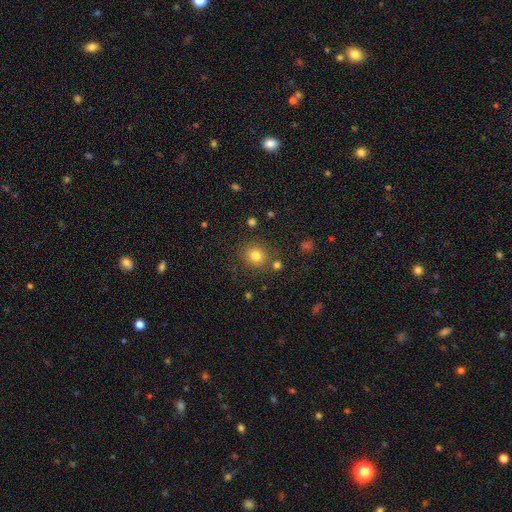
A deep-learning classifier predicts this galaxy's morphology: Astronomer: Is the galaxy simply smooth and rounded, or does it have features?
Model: smooth — 79%.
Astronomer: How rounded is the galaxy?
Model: round — 86%.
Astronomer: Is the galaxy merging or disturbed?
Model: none — 82%.